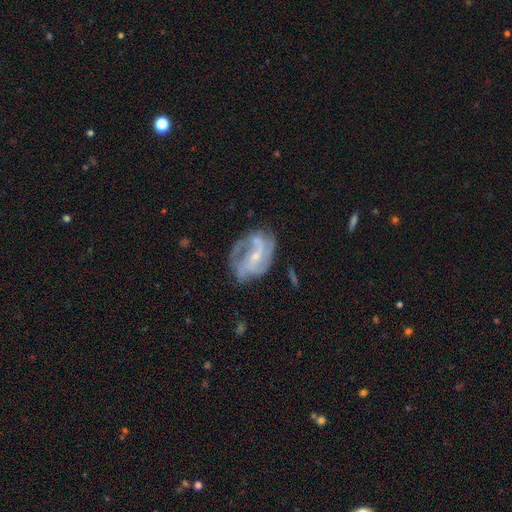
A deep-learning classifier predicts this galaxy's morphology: smooth-or-featured: featured or disk: 81% | smooth: 12% | star or artifact: 7%
  disk-edge-on: no: 97% | yes: 3%
    bar: weak: 42% | no: 37% | strong: 21%
    has-spiral-arms: yes: 88% | no: 12%
      spiral-winding: medium: 46% | tight: 30% | loose: 25%
      spiral-arm-count: 2: 41% | can't tell: 23% | 3: 21% | 1: 6% | 4: 6% | more than 4: 4%
    bulge-size: small: 72% | moderate: 22% | none: 4% | large: 1% | dominant: 1%
  merging: none: 56% | minor disturbance: 24% | major disturbance: 17% | merger: 3%